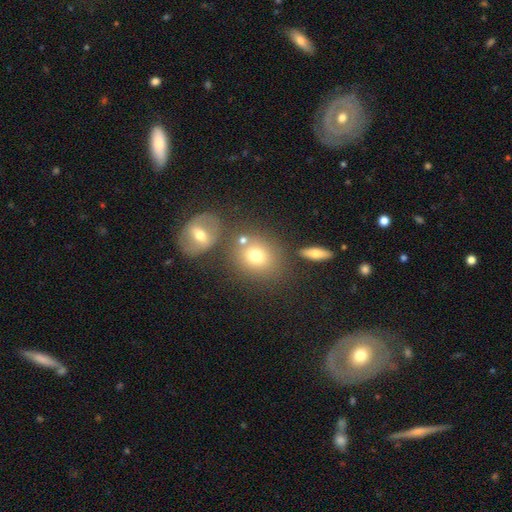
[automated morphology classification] This appears to be a smooth galaxy with no disk features (72%) that is round (65%). Merging: none (61%).